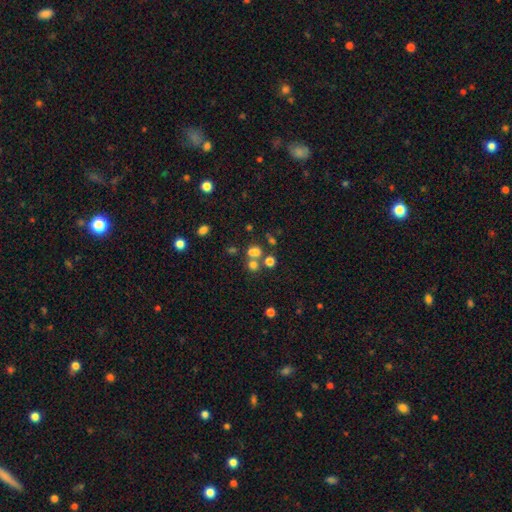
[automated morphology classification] A smooth galaxy with no disk features (49%). Merging: none (54%).